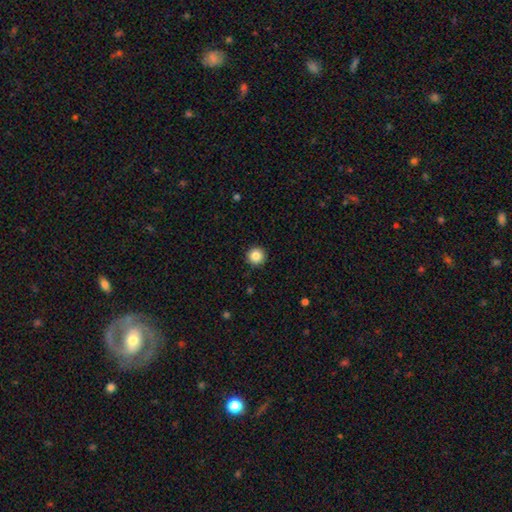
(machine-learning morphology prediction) The model was most divided on "smooth or featured": smooth: 86%, star or artifact: 10%, featured or disk: 4%. More confident: how rounded — round (96%); merging — none (92%).